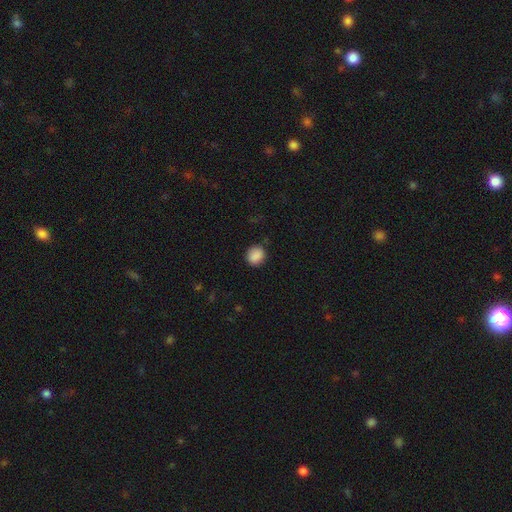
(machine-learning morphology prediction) Q: Smooth or featured?
A: smooth (89%); runner-up: star or artifact (9%)
Q: How rounded?
A: round (73%); runner-up: in between (26%)
Q: Merging?
A: none (85%); runner-up: minor disturbance (11%)